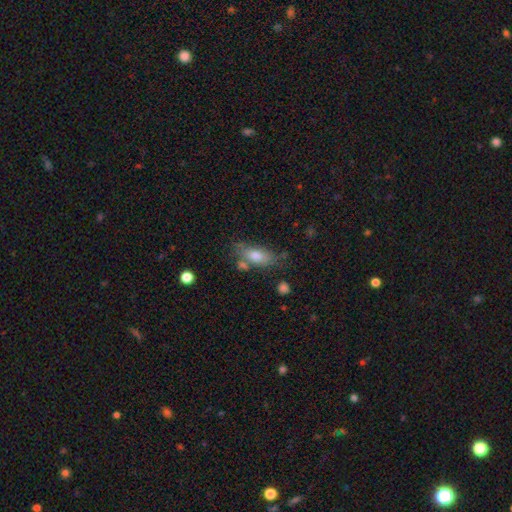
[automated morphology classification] Overall: smooth (72%). How rounded: in between (77%). Merging: none (59%; minor disturbance 20%).